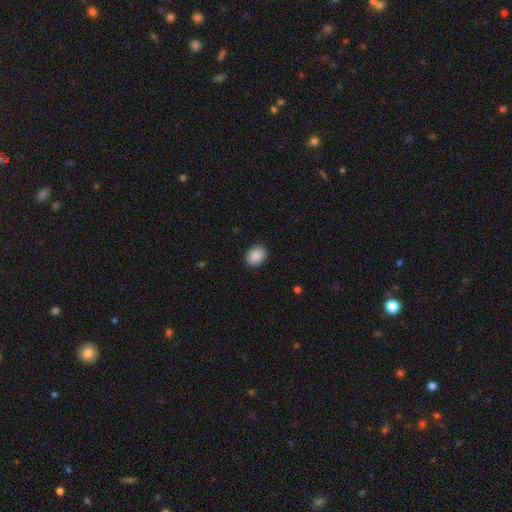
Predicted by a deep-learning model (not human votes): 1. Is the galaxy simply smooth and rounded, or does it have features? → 89% smooth, 7% star or artifact, 3% featured or disk.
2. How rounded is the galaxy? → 66% in between, 33% round, 1% cigar-shaped.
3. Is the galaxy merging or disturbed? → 88% none, 9% minor disturbance, 2% major disturbance, 1% merger.